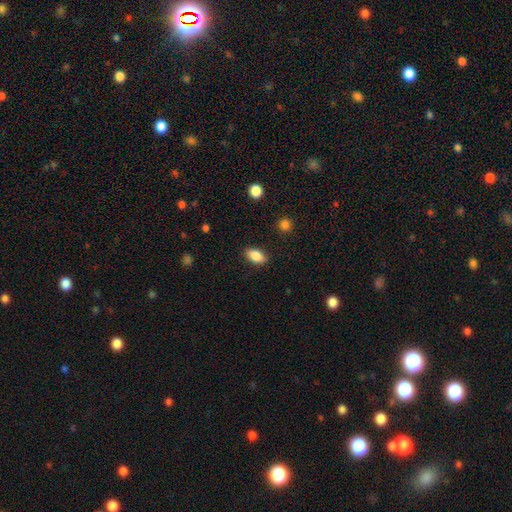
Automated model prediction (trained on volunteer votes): smooth-or-featured: smooth: 87% | star or artifact: 8% | featured or disk: 5%
  how-rounded: in between: 90% | round: 6% | cigar-shaped: 4%
  merging: none: 87% | minor disturbance: 9% | major disturbance: 2% | merger: 1%